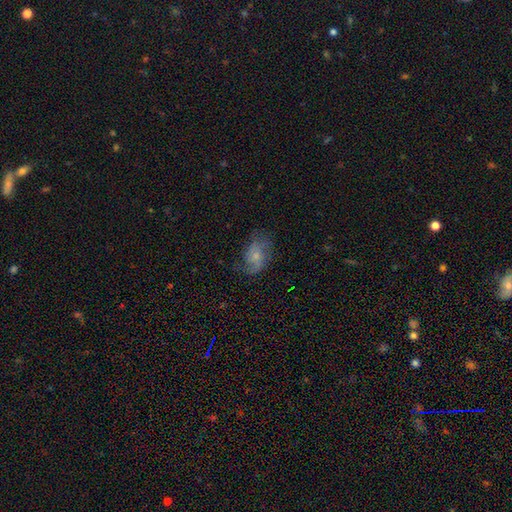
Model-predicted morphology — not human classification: A featured or disk galaxy (49%). Merging: none (56%).